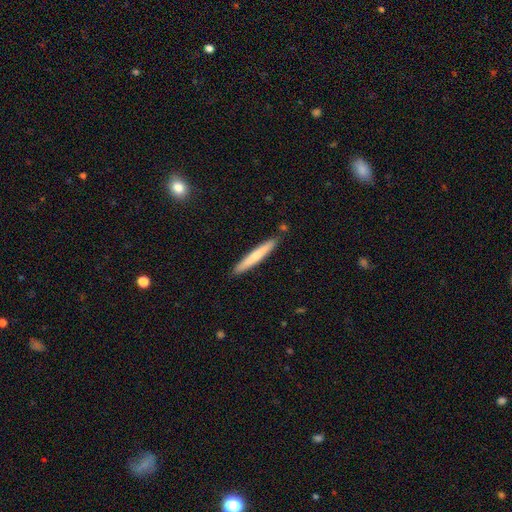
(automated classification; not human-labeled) smooth 67%, featured or disk 28%, star or artifact 5%. Down the decision tree: how rounded — cigar-shaped (96%); merging — none (89%).